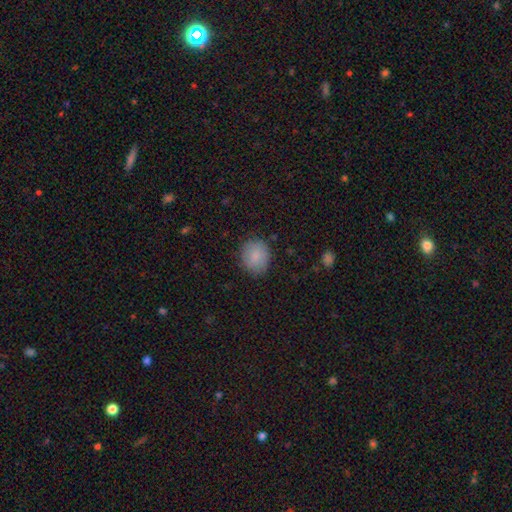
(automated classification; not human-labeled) A smooth galaxy with no disk features (86%) that is round (74%). Merging: none (83%).